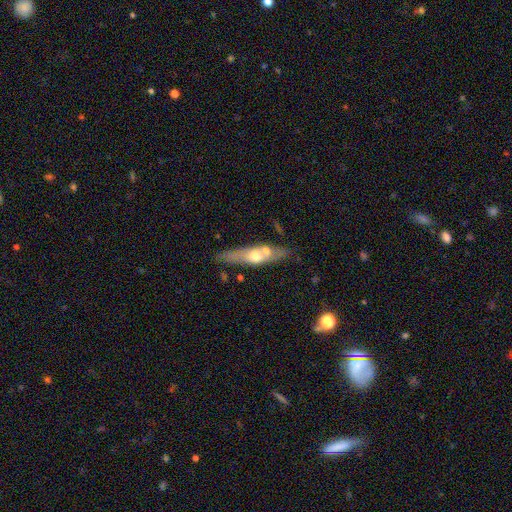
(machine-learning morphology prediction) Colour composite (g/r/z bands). It shows a featured or disk galaxy (52%) viewed edge-on (70%). Merging: none (67%).